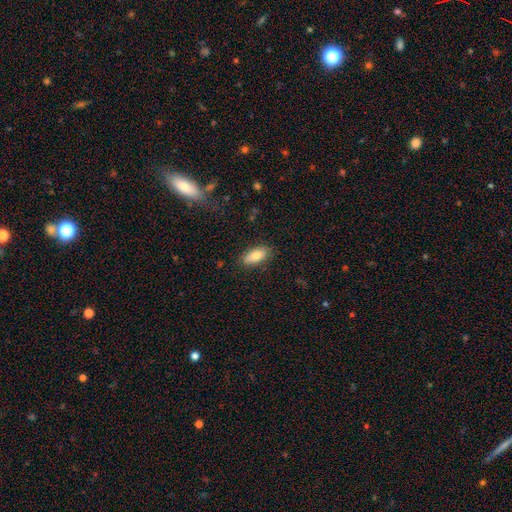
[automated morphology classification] This appears to be a smooth galaxy with no disk features (80%) that is in between round and cigar-shaped (84%). Merging: none (84%).